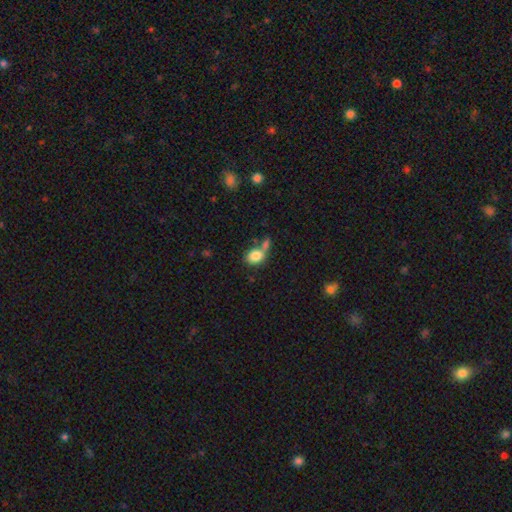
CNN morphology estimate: Smooth or featured?
  - smooth: 82% *
  - featured or disk: 9%
  - star or artifact: 9%
How rounded?
  - in between: 62% *
  - round: 37%
  - cigar-shaped: 1%
Merging?
  - none: 44% *
  - merger: 36%
  - minor disturbance: 14%
  - major disturbance: 7%